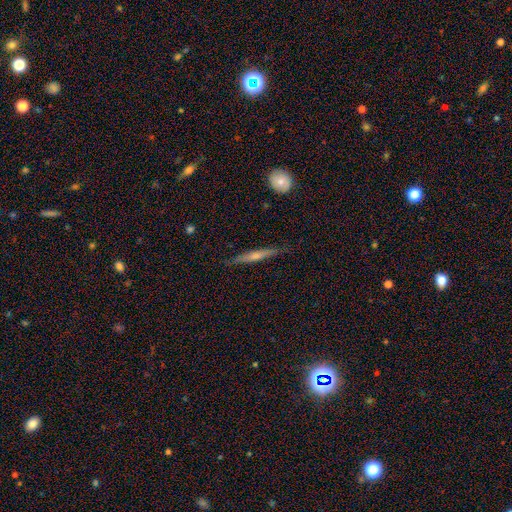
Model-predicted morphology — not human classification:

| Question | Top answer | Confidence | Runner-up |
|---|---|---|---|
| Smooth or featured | featured or disk | 61% | smooth (32%) |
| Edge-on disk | yes | 96% | no (4%) |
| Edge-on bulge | rounded | 66% | none (27%) |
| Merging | none | 85% | minor disturbance (11%) |